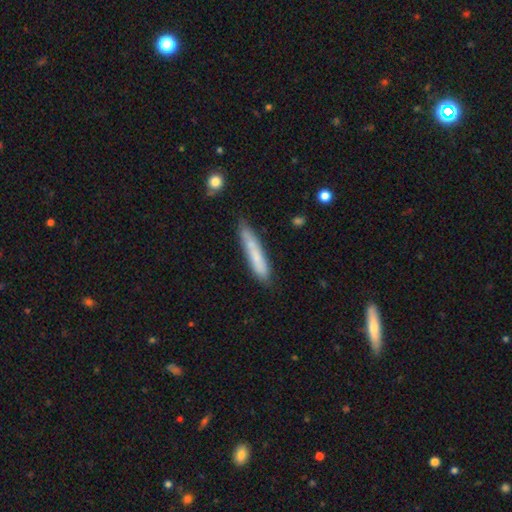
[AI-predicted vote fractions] smooth 69%, featured or disk 25%, star or artifact 6%. Down the decision tree: how rounded — cigar-shaped (91%); merging — none (74%).